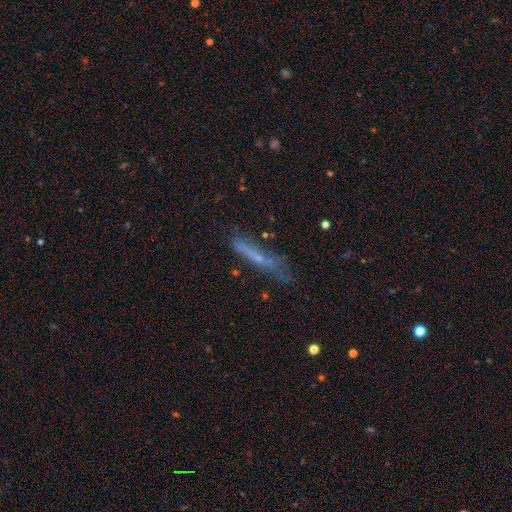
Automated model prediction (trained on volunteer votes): Smooth or featured: featured or disk — 44% (tied with smooth — 44%)
Merging: none — 58% (minor disturbance — 25%)